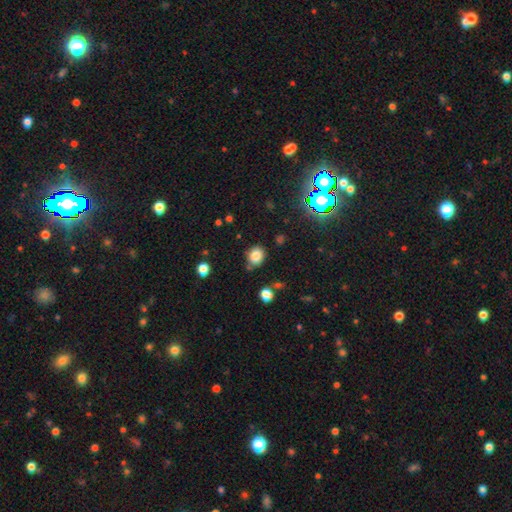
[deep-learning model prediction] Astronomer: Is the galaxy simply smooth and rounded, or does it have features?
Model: smooth — 82%.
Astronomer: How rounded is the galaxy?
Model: round — 66%.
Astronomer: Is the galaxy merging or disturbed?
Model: none — 77%.